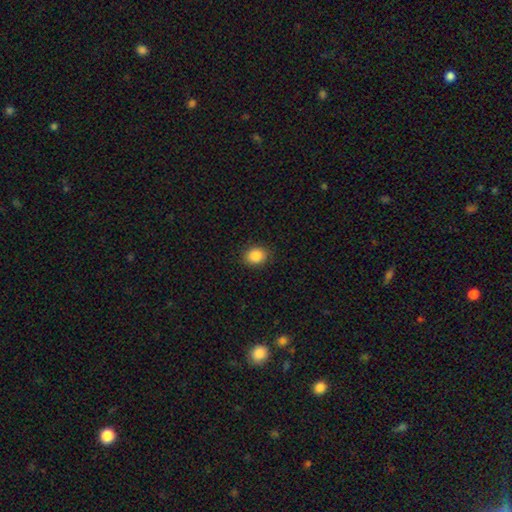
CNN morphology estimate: A smooth galaxy with no disk features (87%) that is round (56%).

Vote fractions:
- Smooth or featured? smooth: 87% / star or artifact: 9% / featured or disk: 4%
- How rounded? round: 56% / in between: 43% / cigar-shaped: 1%
- Merging? none: 89% / minor disturbance: 8% / major disturbance: 2% / merger: 1%